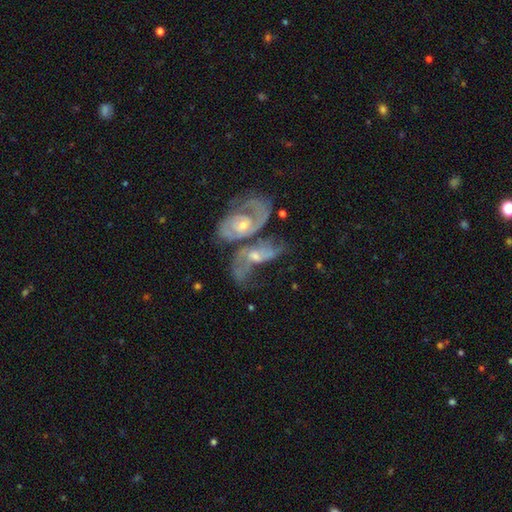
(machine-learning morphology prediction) Smooth or featured? Predicted: featured or disk (p=0.77). Edge-on disk? Predicted: no (p=0.94). Bar? Predicted: no (p=0.69). Spiral arms? Predicted: yes (p=0.83). Spiral winding? Predicted: medium (p=0.39, tied with tight). Spiral arm count? Predicted: 2 (p=0.52). Bulge size? Predicted: moderate (p=0.47). Merging? Predicted: merger (p=0.64).